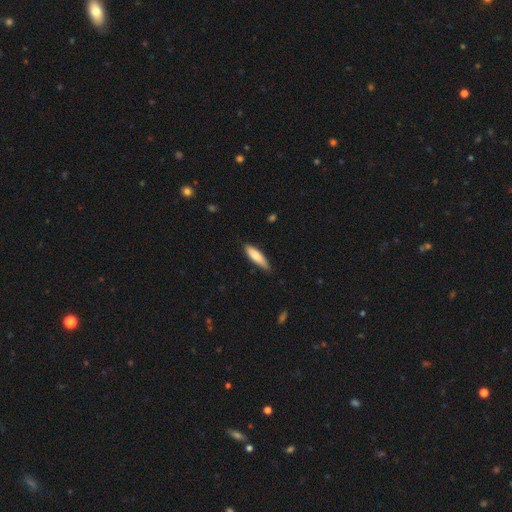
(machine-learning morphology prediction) This appears to be a smooth galaxy with no disk features (78%) that is cigar-shaped (61%). Merging: none (78%).